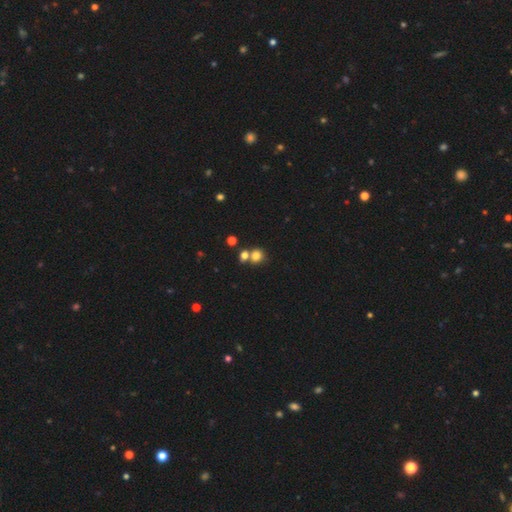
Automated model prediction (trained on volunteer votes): A smooth galaxy with no disk features (78%) that is round (78%). Merging: none (54%).